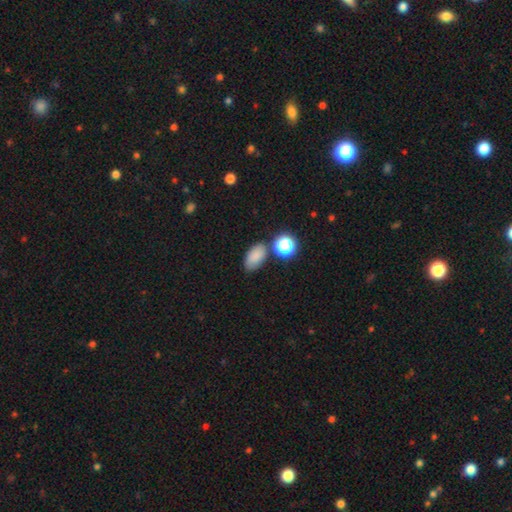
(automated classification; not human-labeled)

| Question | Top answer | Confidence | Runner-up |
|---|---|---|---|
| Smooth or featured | smooth | 79% | star or artifact (13%) |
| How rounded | in between | 89% | round (10%) |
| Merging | none | 71% | minor disturbance (16%) |